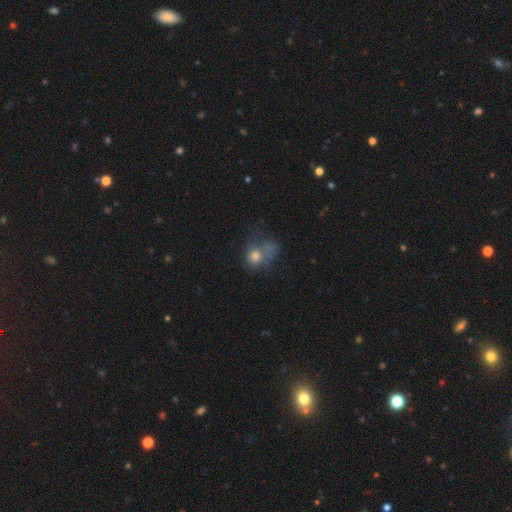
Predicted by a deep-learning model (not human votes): Morphology: type=smooth (64%); roundness=round (58%); merging=major disturbance (36%).